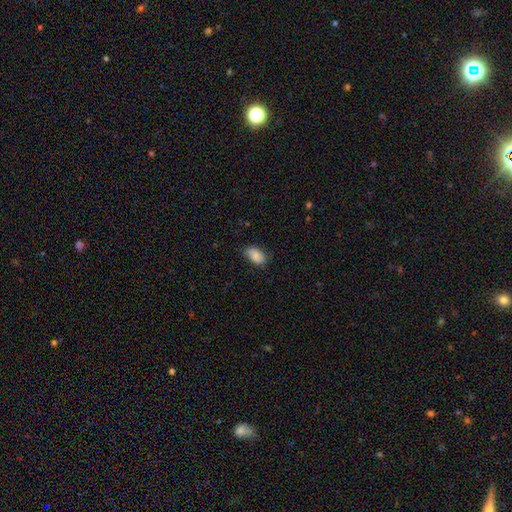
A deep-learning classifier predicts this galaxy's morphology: This is clearly a smooth galaxy (85%). How rounded: clearly in between (92%). Merging: likely none (75%).